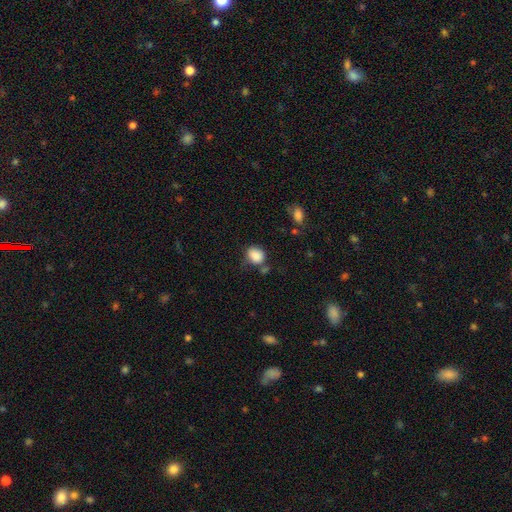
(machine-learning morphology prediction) This appears to be a smooth galaxy with no disk features (86%) that is round (62%). Merging: none (61%).